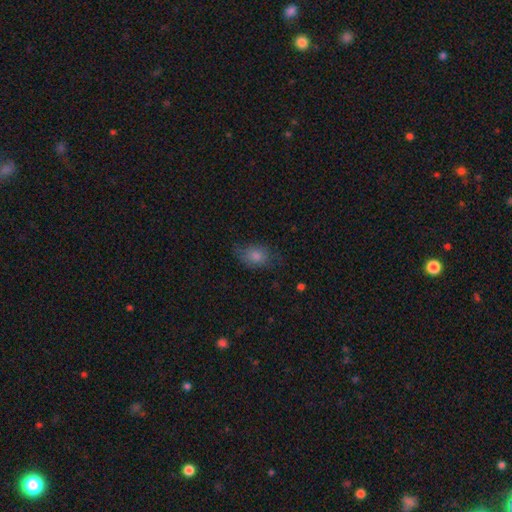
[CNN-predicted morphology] The model was most divided on "merging": none: 63%, minor disturbance: 26%, major disturbance: 10%, merger: 1%. More confident: how rounded — in between (70%); smooth or featured — smooth (70%).